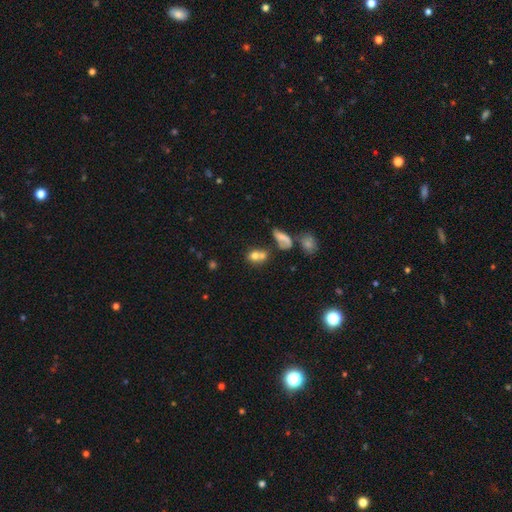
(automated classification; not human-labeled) Q: Smooth or featured?
A: smooth (70%); runner-up: featured or disk (17%)
Q: How rounded?
A: round (58%); runner-up: in between (40%)
Q: Merging?
A: merger (50%); runner-up: none (32%)